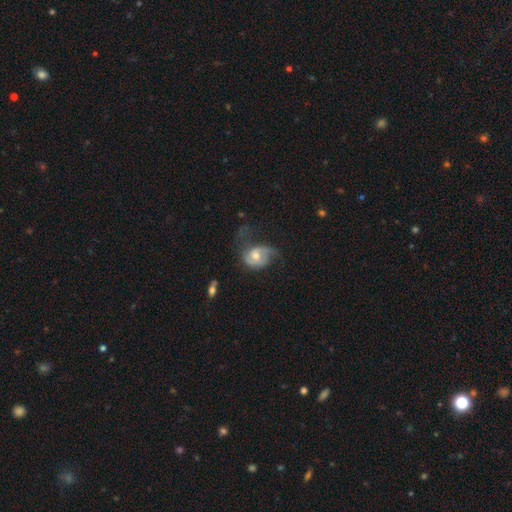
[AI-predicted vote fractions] This appears to be a featured or disk galaxy (62%) with no bar (63%), spiral arms (81%) and a moderate central bulge (67%). Merging: major disturbance (36%).